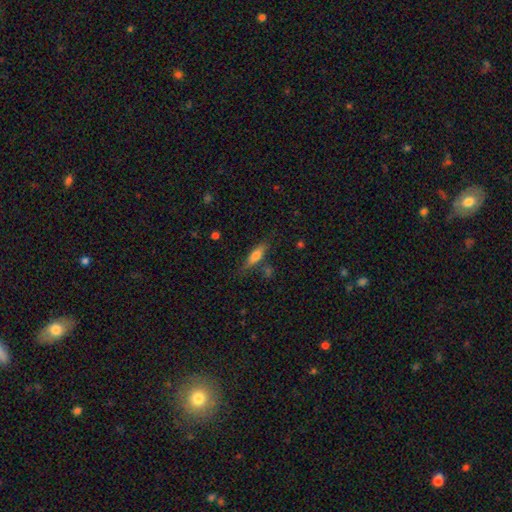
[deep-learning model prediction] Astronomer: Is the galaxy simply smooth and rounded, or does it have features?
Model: smooth — 63%.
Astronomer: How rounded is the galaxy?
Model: cigar-shaped — 63%.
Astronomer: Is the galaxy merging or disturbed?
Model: none — 73%.